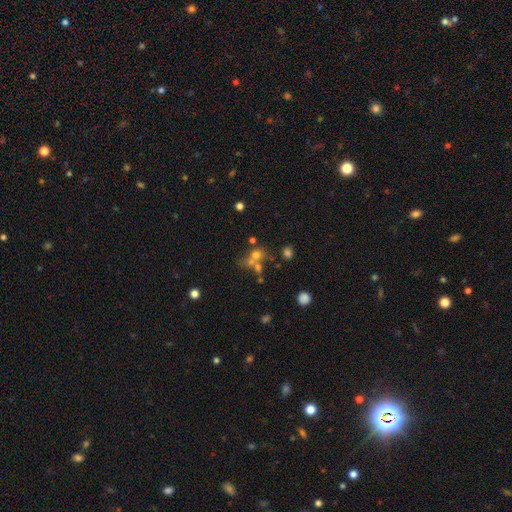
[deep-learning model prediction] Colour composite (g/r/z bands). It shows a smooth galaxy with no disk features (56%) that is round (75%). Merging: merger (48%).